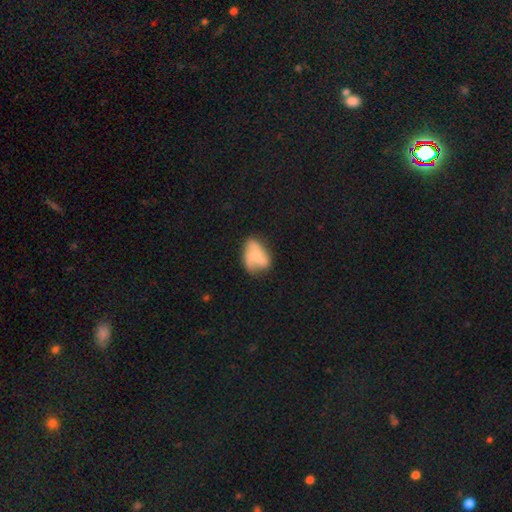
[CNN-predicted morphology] Smooth or featured: featured or disk — 52% (smooth — 40%)
Edge-on disk: no — 97% (yes — 3%)
Bar: no — 76% (weak — 20%)
Spiral arms: yes — 69% (no — 31%)
Bulge size: small — 45% (moderate — 37%)
Merging: none — 44% (minor disturbance — 31%)